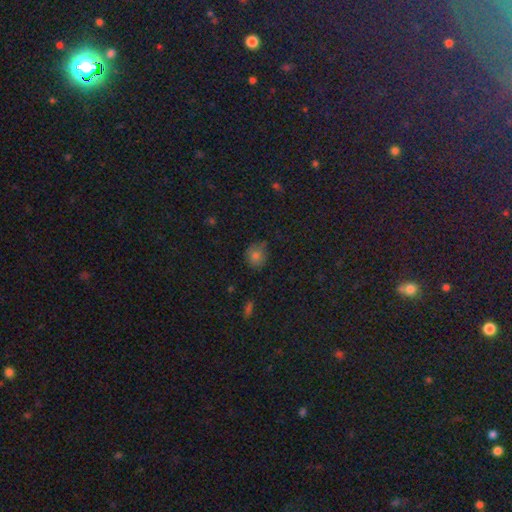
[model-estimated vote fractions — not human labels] Morphology: type=smooth (75%); roundness=round (81%); merging=none (70%).